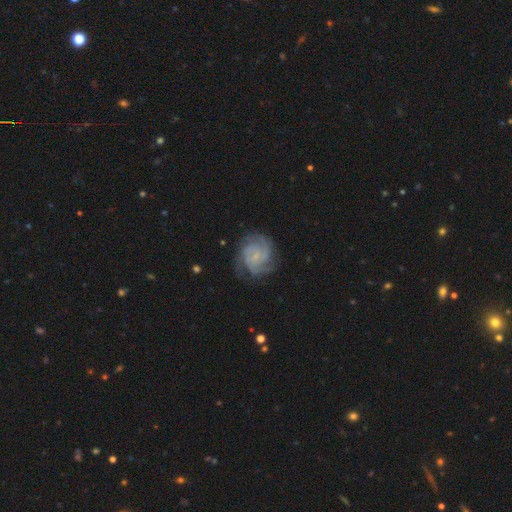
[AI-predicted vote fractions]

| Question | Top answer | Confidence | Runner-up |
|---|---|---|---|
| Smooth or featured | featured or disk | 86% | smooth (9%) |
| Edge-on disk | no | 98% | yes (2%) |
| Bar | no | 62% | weak (32%) |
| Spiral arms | yes | 97% | no (3%) |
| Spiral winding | tight | 63% | medium (32%) |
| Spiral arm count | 3 | 34% | 2 (21%) |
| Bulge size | small | 70% | none (17%) |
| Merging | none | 75% | minor disturbance (17%) |